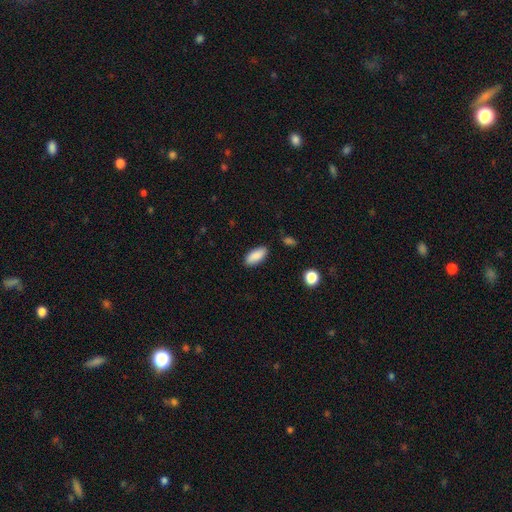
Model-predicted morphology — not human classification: The model was most divided on "merging": none: 86%, minor disturbance: 10%, major disturbance: 2%, merger: 2%. More confident: smooth or featured — smooth (89%); how rounded — in between (87%).